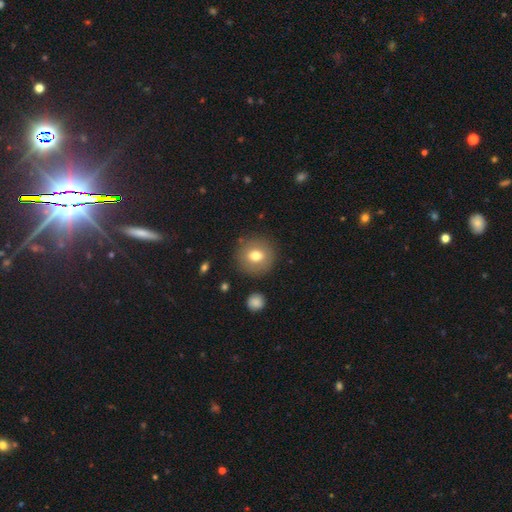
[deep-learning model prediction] smooth_or_featured: smooth (p=0.73) [alt: featured or disk p=0.18]
how_rounded: round (p=0.90) [alt: in between p=0.09]
merging: none (p=0.86) [alt: minor disturbance p=0.08]